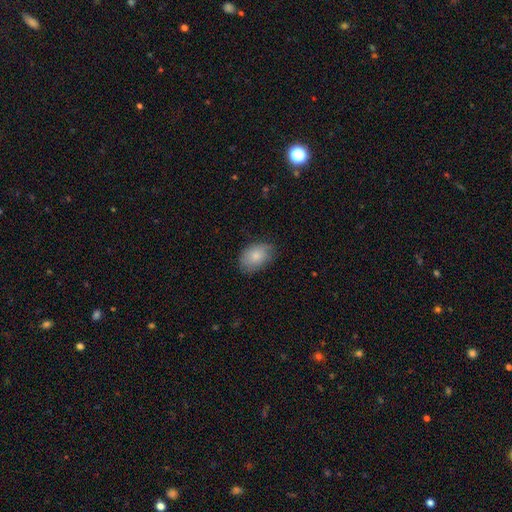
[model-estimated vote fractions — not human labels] This is clearly a smooth galaxy (83%). How rounded: clearly in between (85%). Merging: likely none (74%).